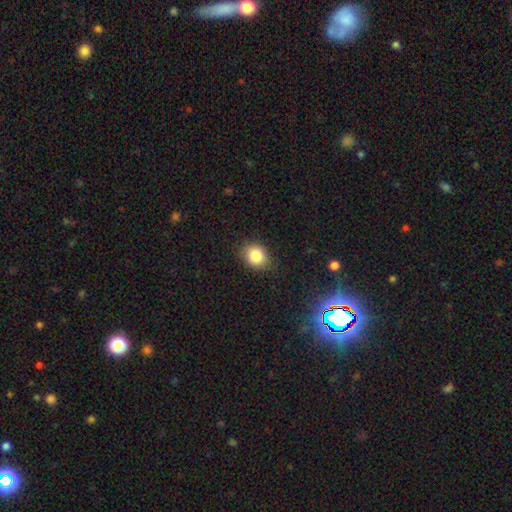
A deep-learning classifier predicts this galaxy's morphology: Smooth or featured?
  - smooth: 83% *
  - star or artifact: 11%
  - featured or disk: 6%
How rounded?
  - round: 60% *
  - in between: 39%
  - cigar-shaped: 1%
Merging?
  - none: 84% *
  - minor disturbance: 12%
  - major disturbance: 3%
  - merger: 1%